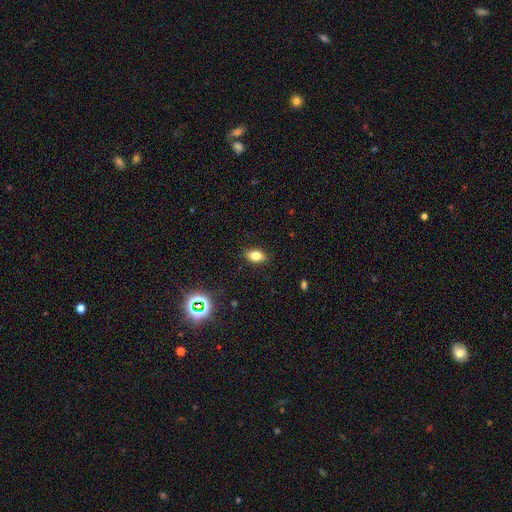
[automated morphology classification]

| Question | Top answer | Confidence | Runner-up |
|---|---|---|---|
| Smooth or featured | smooth | 77% | star or artifact (12%) |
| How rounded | in between | 84% | round (12%) |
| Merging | none | 86% | minor disturbance (10%) |